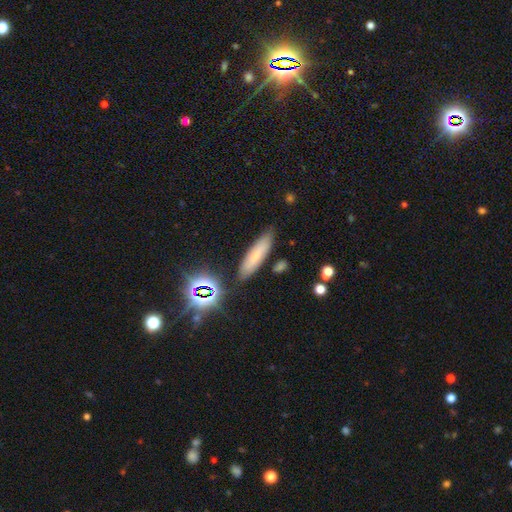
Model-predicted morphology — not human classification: type=smooth (65%); roundness=cigar-shaped (67%); merging=none (82%).